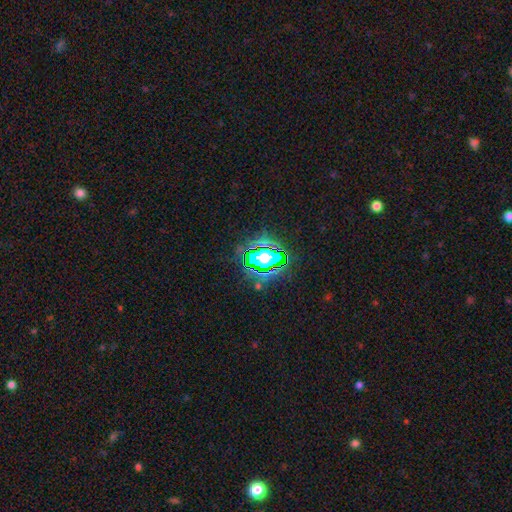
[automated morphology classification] star or artifact 82%, smooth 11%, featured or disk 7%.